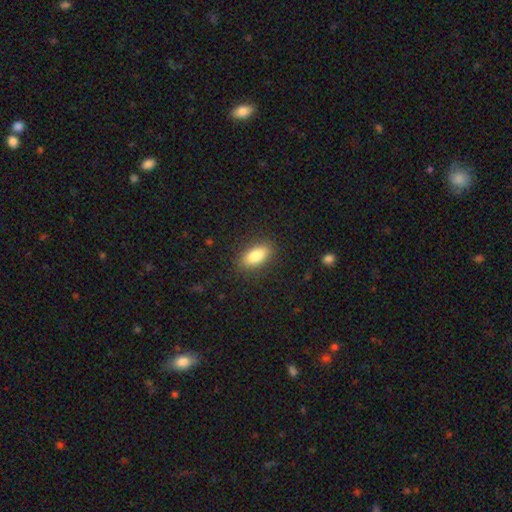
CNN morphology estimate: Overall: smooth (85%). How rounded: in between (86%). Merging: none (87%).